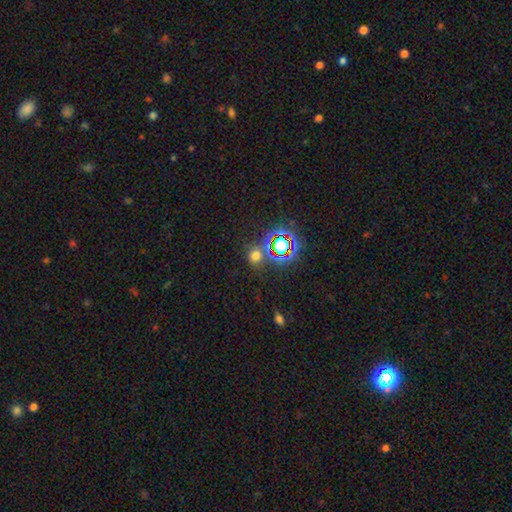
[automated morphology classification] type=smooth (58%); roundness=round (81%); merging=none (75%).